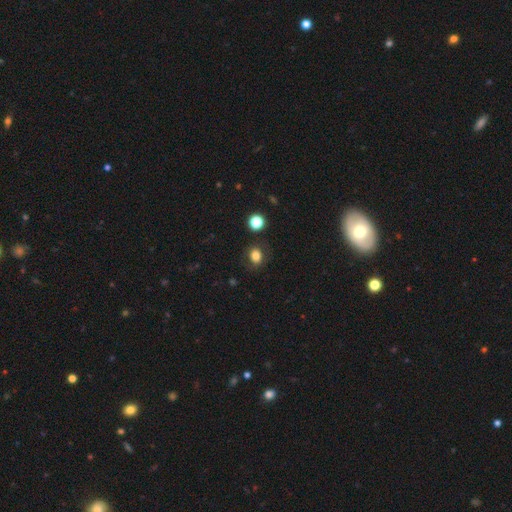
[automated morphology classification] Smooth or featured?
  - smooth: 80% *
  - star or artifact: 12%
  - featured or disk: 8%
How rounded?
  - in between: 50% *
  - round: 48%
  - cigar-shaped: 1%
Merging?
  - none: 80% *
  - minor disturbance: 12%
  - major disturbance: 5%
  - merger: 3%